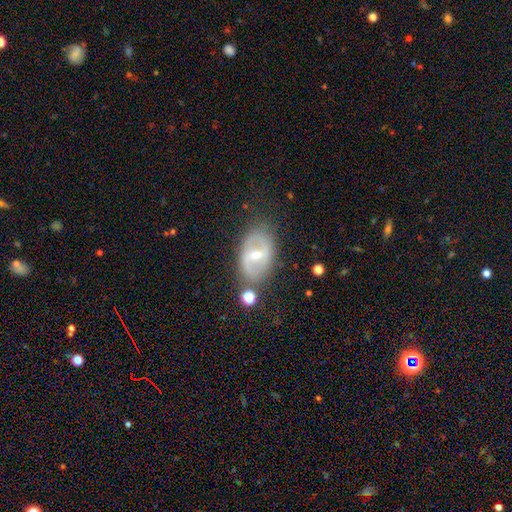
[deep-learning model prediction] A featured or disk galaxy (69%) with a strong bar (43%), spiral arms (57%) and a moderate central bulge (57%).

Vote fractions:
- Smooth or featured? featured or disk: 69% / smooth: 24% / star or artifact: 7%
- Edge-on disk? no: 94% / yes: 6%
- Bar? strong: 43% / weak: 42% / no: 15%
- Spiral arms? yes: 57% / no: 43%
- Bulge size? moderate: 57% / small: 36% / large: 4% / none: 2% / dominant: 1%
- Merging? none: 74% / minor disturbance: 16% / major disturbance: 6% / merger: 4%